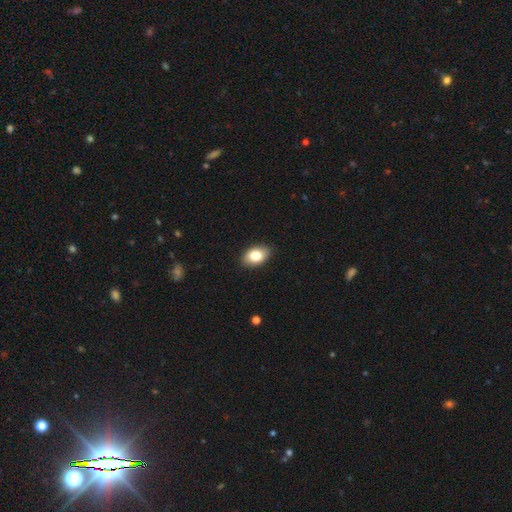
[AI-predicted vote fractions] A smooth galaxy with no disk features (81%) that is in between round and cigar-shaped (87%).

Vote fractions:
- Smooth or featured? smooth: 81% / featured or disk: 11% / star or artifact: 8%
- How rounded? in between: 87% / round: 11% / cigar-shaped: 1%
- Merging? none: 88% / minor disturbance: 9% / major disturbance: 2% / merger: 1%